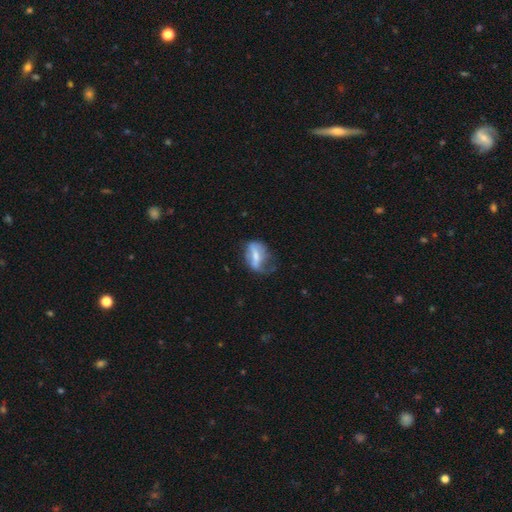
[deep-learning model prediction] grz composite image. It shows a featured or disk galaxy (53%). Merging: none (36%).